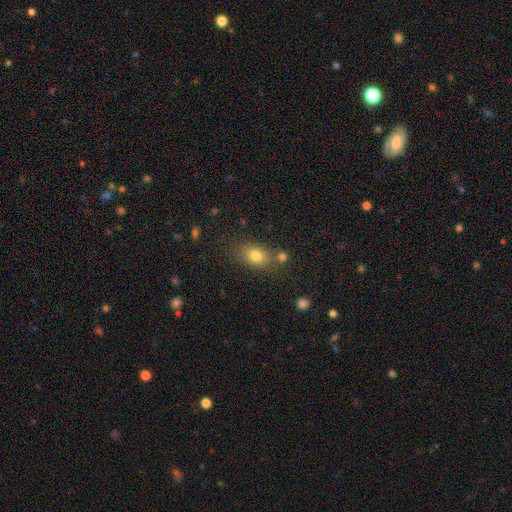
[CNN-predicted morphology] Overall: smooth (79%). How rounded: in between (73%). Merging: none (68%).